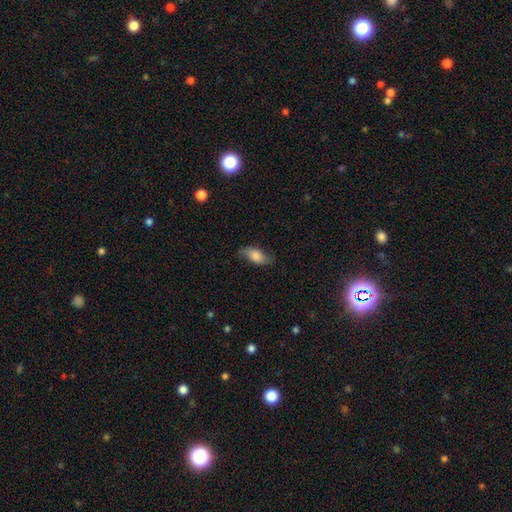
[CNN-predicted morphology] smooth-or-featured: smooth: 67% | featured or disk: 25% | star or artifact: 8%
  how-rounded: in between: 87% | cigar-shaped: 9% | round: 4%
  merging: none: 66% | minor disturbance: 25% | major disturbance: 8% | merger: 1%